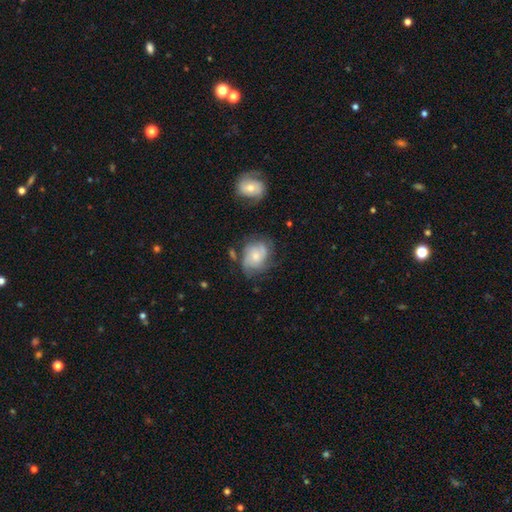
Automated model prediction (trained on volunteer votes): Overall: featured or disk (60%; smooth 32%). Edge-on disk: no (97%). Bar: no (74%). Spiral arms: yes (86%). Spiral arm count: can't tell (32%; 2 29%). Spiral winding: medium (41%, tied with tight). Bulge size: small (47%; moderate 43%). Merging: none (56%; minor disturbance 25%).